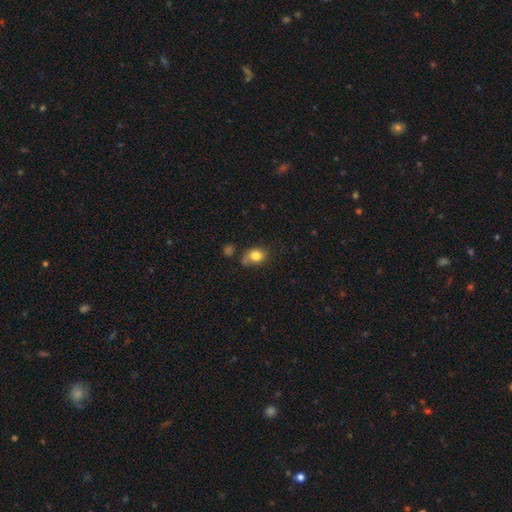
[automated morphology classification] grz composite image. It shows a smooth galaxy with no disk features (81%) that is in between round and cigar-shaped (49%, tied with round). Merging: none (53%).